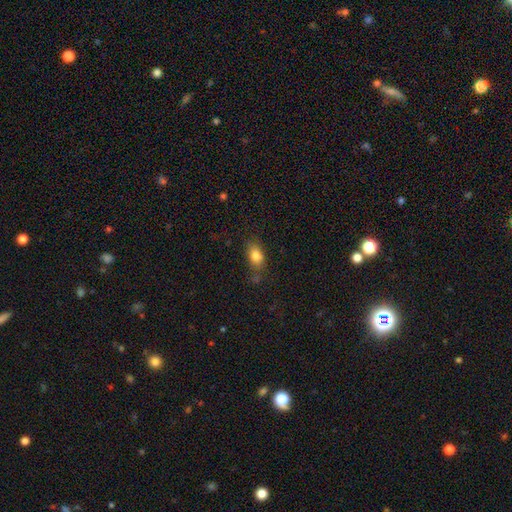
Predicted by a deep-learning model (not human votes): Morphology: type=smooth (82%); roundness=in between (83%); merging=none (65%).